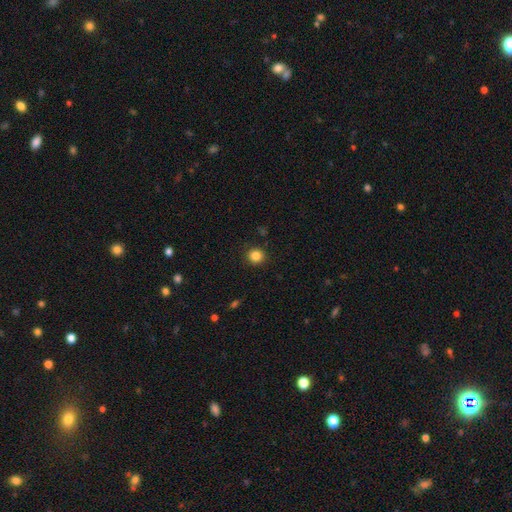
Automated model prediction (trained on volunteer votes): The model was most divided on "smooth or featured": smooth: 84%, star or artifact: 12%, featured or disk: 4%. More confident: how rounded — round (92%); merging — none (91%).